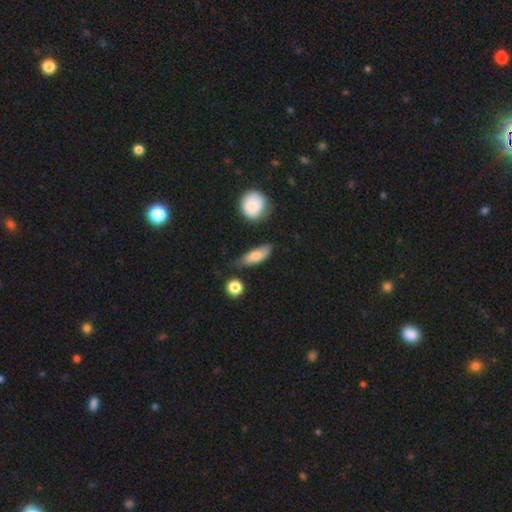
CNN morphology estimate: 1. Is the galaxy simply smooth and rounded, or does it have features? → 74% smooth, 19% featured or disk, 7% star or artifact.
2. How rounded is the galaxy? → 72% in between, 23% cigar-shaped, 5% round.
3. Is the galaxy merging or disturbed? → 56% none, 31% minor disturbance, 8% major disturbance, 5% merger.